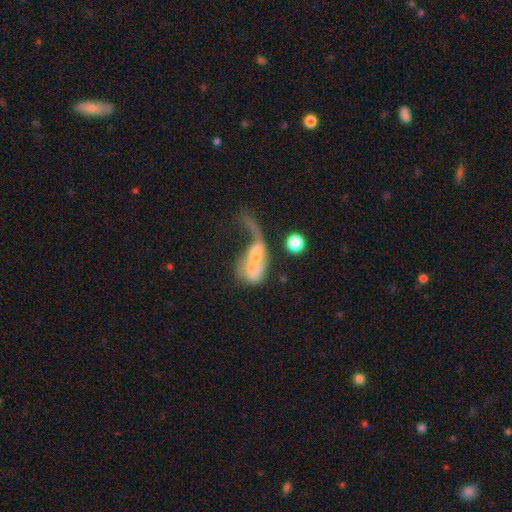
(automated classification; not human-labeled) Smooth or featured?
  - featured or disk: 47% *
  - smooth: 43%
  - star or artifact: 10%
Merging?
  - major disturbance: 49% *
  - merger: 31%
  - none: 11%
  - minor disturbance: 9%